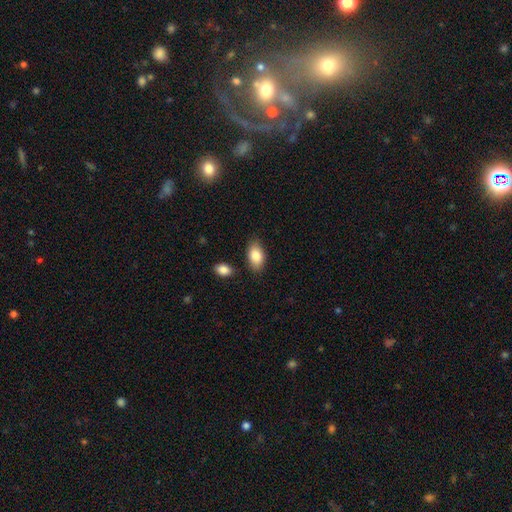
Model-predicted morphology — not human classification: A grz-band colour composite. It shows a smooth galaxy with no disk features (85%) that is in between round and cigar-shaped (93%). Merging: none (81%).